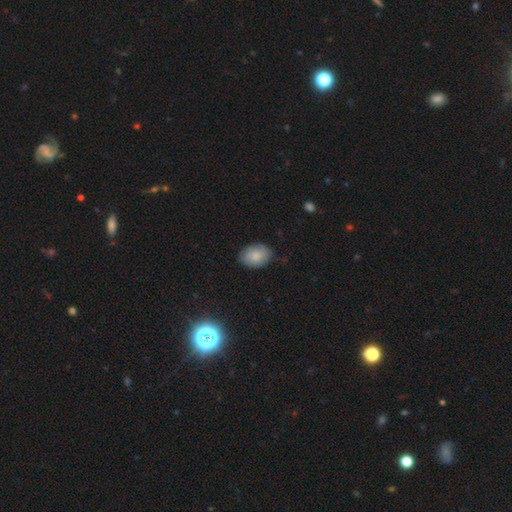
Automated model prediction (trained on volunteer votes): The model was most divided on "how rounded": in between: 73%, round: 26%, cigar-shaped: 1%. More confident: smooth or featured — smooth (80%); merging — none (78%).